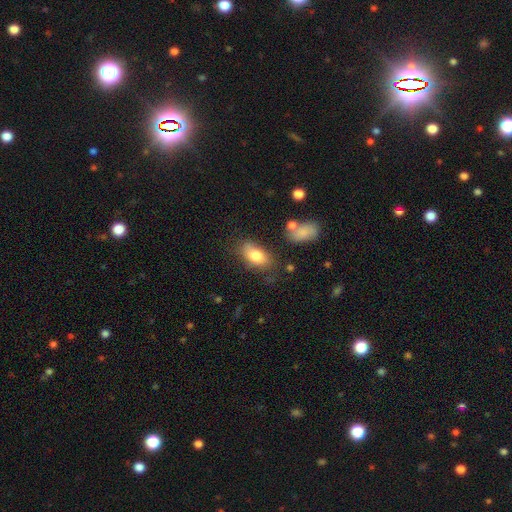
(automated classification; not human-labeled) smooth 81%, featured or disk 11%, star or artifact 7%. Down the decision tree: how rounded — in between (90%); merging — none (68%).